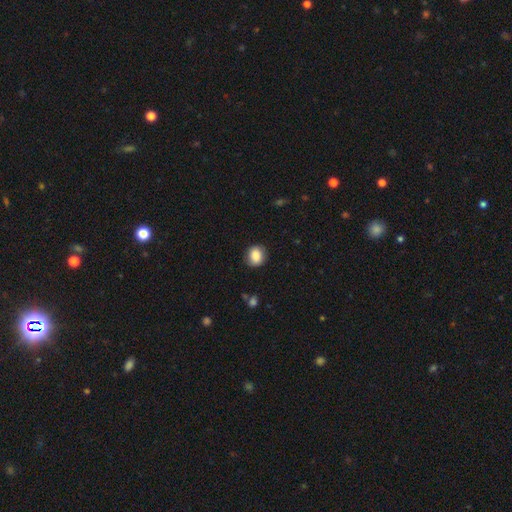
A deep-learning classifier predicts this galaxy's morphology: This is clearly a smooth galaxy (86%). How rounded: likely round (72%). Merging: clearly none (86%).